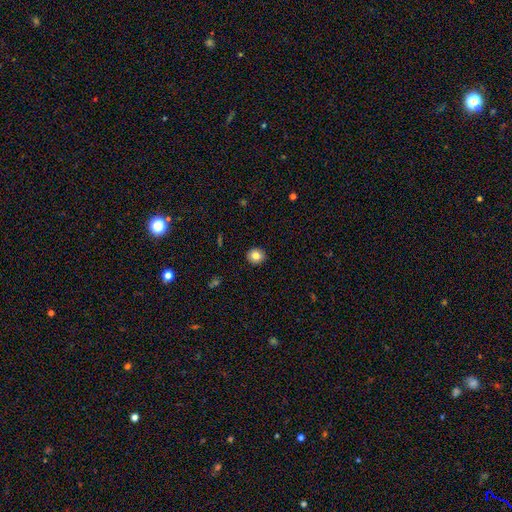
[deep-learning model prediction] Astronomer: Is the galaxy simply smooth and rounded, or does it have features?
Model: smooth — 82%.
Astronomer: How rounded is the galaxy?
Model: round — 84%.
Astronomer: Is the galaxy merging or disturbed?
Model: none — 92%.